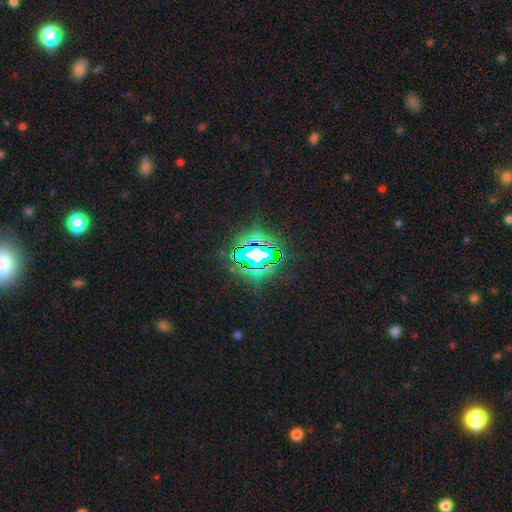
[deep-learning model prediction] The model was most divided on "smooth or featured": star or artifact: 79%, smooth: 11%, featured or disk: 10%.